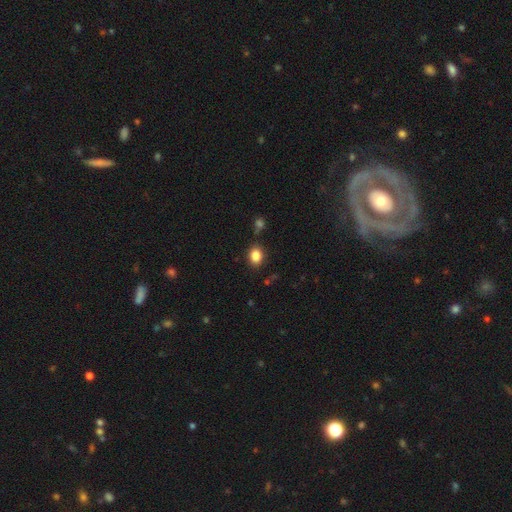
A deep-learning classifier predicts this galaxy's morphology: smooth-or-featured: smooth: 85% | star or artifact: 10% | featured or disk: 5%
  how-rounded: in between: 56% | round: 43% | cigar-shaped: 1%
  merging: none: 81% | minor disturbance: 12% | merger: 4% | major disturbance: 3%